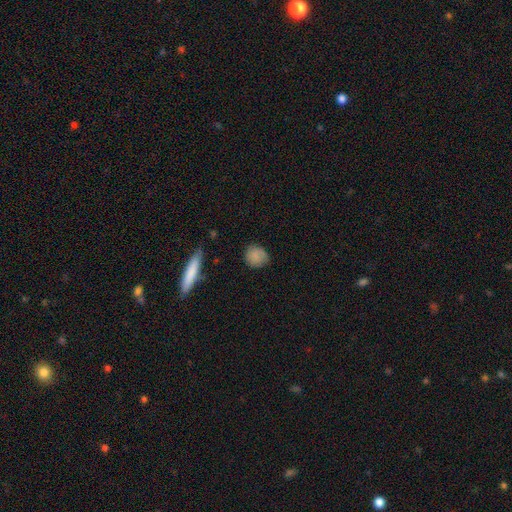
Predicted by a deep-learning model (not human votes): smooth_or_featured: smooth (p=0.79) [alt: featured or disk p=0.13]
how_rounded: round (p=0.77) [alt: in between p=0.21]
merging: none (p=0.72) [alt: minor disturbance p=0.20]